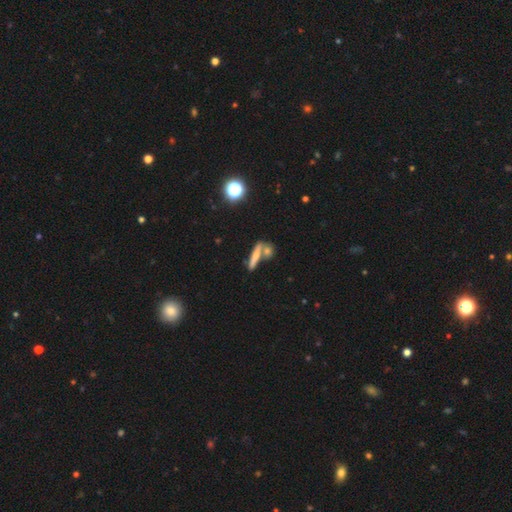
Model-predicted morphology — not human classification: A smooth galaxy with no disk features (54%) that is cigar-shaped (79%).

Vote fractions:
- Smooth or featured? smooth: 54% / featured or disk: 34% / star or artifact: 13%
- How rounded? cigar-shaped: 79% / in between: 15% / round: 6%
- Merging? none: 56% / merger: 30% / minor disturbance: 9% / major disturbance: 4%